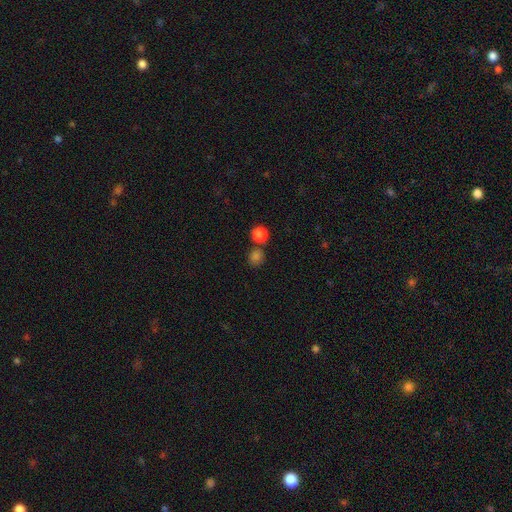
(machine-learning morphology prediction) Smooth or featured? smooth (65%)
How rounded? round (85%)
Merging? none (77%)